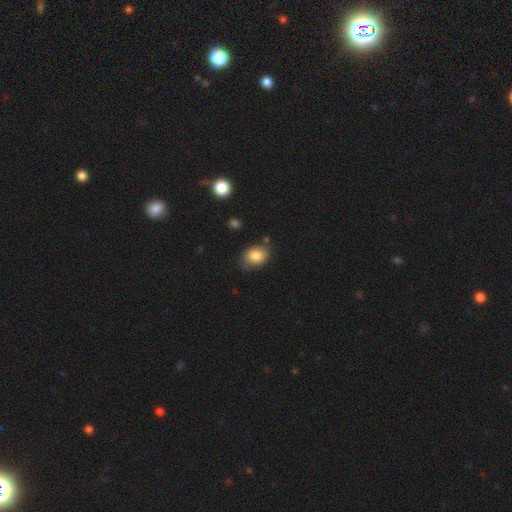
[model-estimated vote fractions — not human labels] The model was most divided on "how rounded": in between: 71%, round: 28%, cigar-shaped: 1%. More confident: smooth or featured — smooth (83%); merging — none (73%).